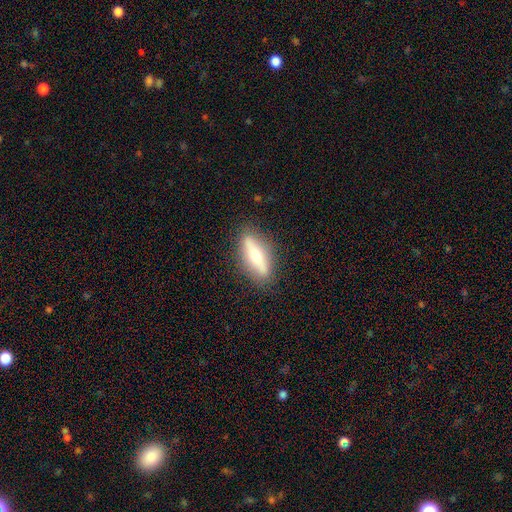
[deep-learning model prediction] smooth-or-featured: featured or disk: 53% | smooth: 40% | star or artifact: 7%
  disk-edge-on: yes: 79% | no: 21%
  merging: none: 85% | minor disturbance: 10% | major disturbance: 3% | merger: 1%